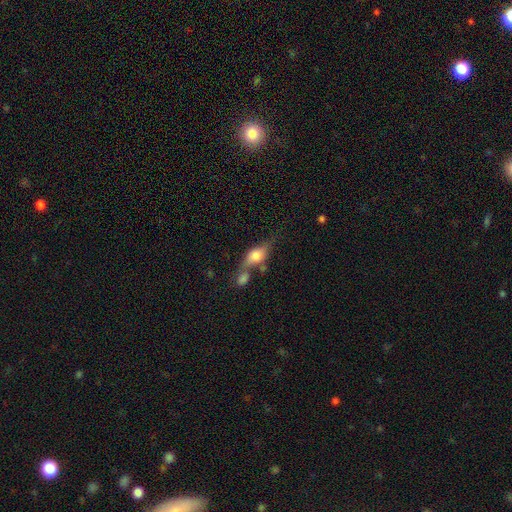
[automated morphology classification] smooth-or-featured: smooth: 55% | featured or disk: 37% | star or artifact: 9%
  how-rounded: in between: 73% | cigar-shaped: 15% | round: 12%
  merging: merger: 37% | none: 36% | minor disturbance: 16% | major disturbance: 12%